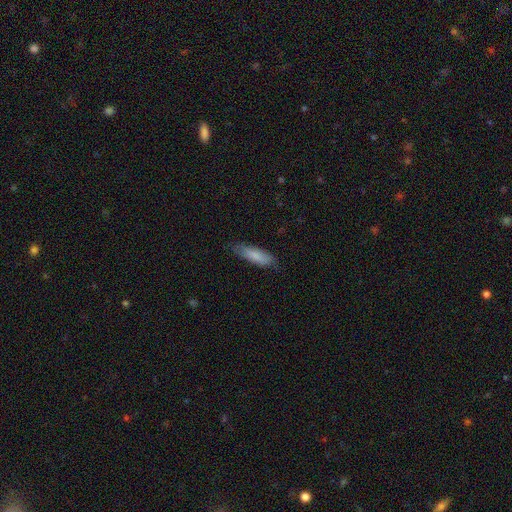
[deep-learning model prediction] The model was most divided on "how rounded": cigar-shaped: 59%, in between: 40%, round: 1%. More confident: smooth or featured — smooth (83%); merging — none (79%).